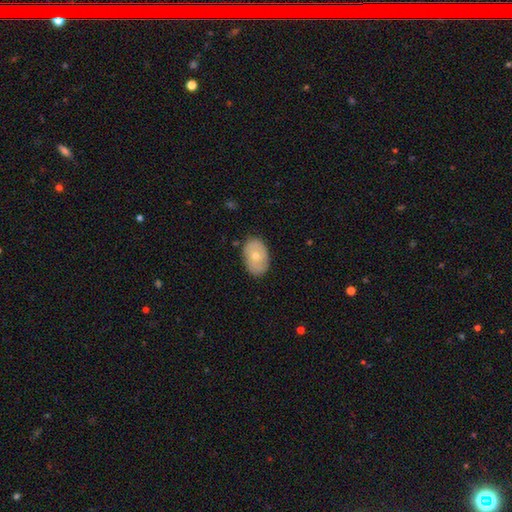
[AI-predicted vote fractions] Smooth or featured: smooth — 63% (featured or disk — 31%)
How rounded: in between — 85% (round — 14%)
Merging: none — 81% (minor disturbance — 14%)